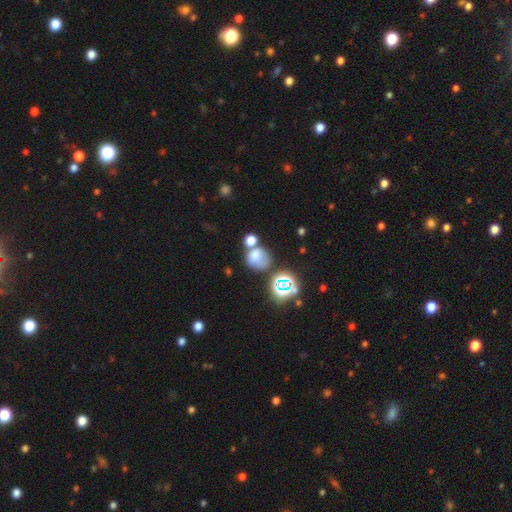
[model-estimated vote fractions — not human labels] Smooth or featured? Predicted: smooth (p=0.65). How rounded? Predicted: round (p=0.68). Merging? Predicted: none (p=0.43).